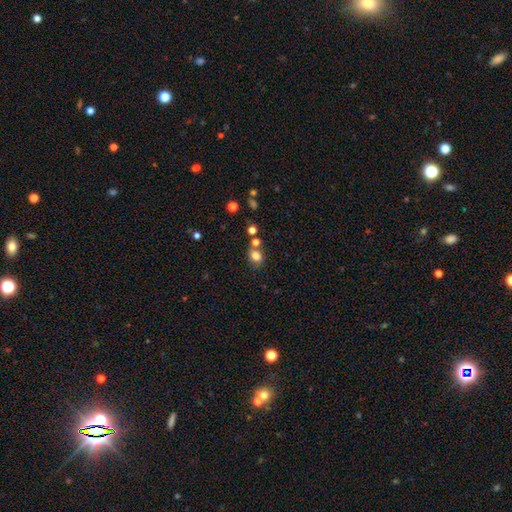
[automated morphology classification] smooth_or_featured: smooth (p=0.80) [alt: star or artifact p=0.13]
how_rounded: round (p=0.56) [alt: in between p=0.43]
merging: none (p=0.62) [alt: merger p=0.18]